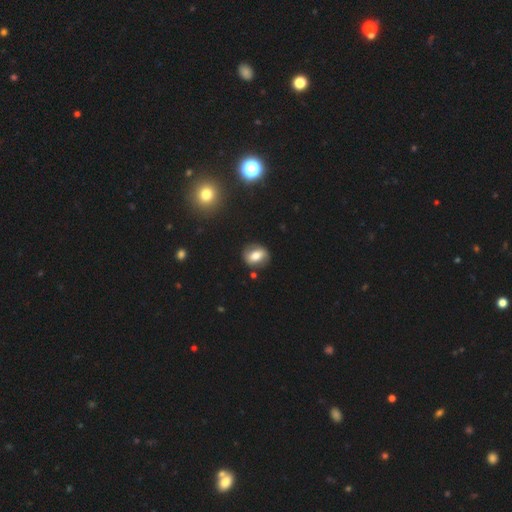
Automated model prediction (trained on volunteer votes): This is possibly a smooth galaxy (57%). How rounded: possibly round (52%). Merging: clearly none (80%).